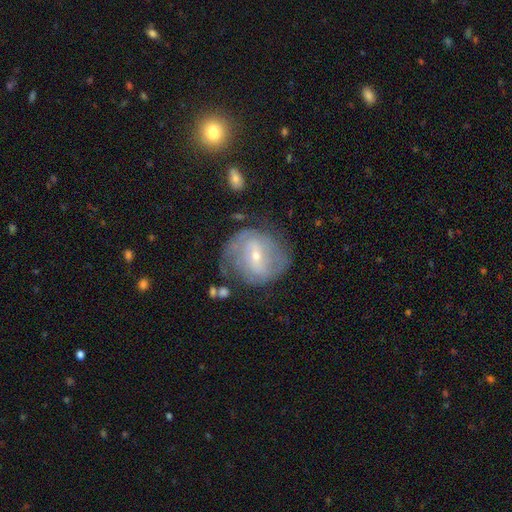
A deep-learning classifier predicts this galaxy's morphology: The model was most divided on "spiral winding": tight: 46%, medium: 37%, loose: 17%. Remaining: edge-on disk — no (96%); spiral arms — yes (81%); smooth or featured — featured or disk (75%); bulge size — small (68%); merging — none (65%); spiral arm count — 2 (53%); bar — weak (48%).